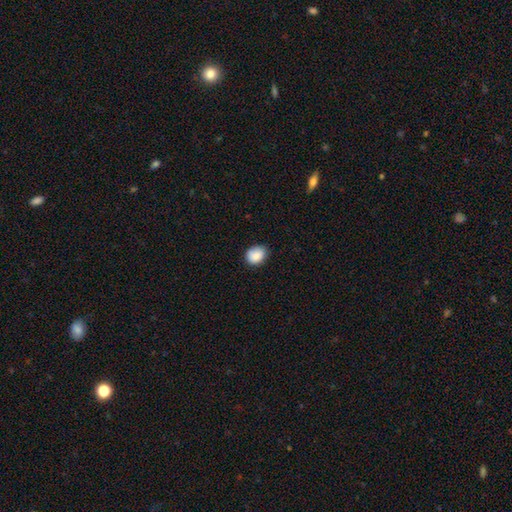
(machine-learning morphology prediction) The model was most divided on "how rounded": round: 51%, in between: 48%, cigar-shaped: 1%. More confident: smooth or featured — smooth (87%); merging — none (78%).